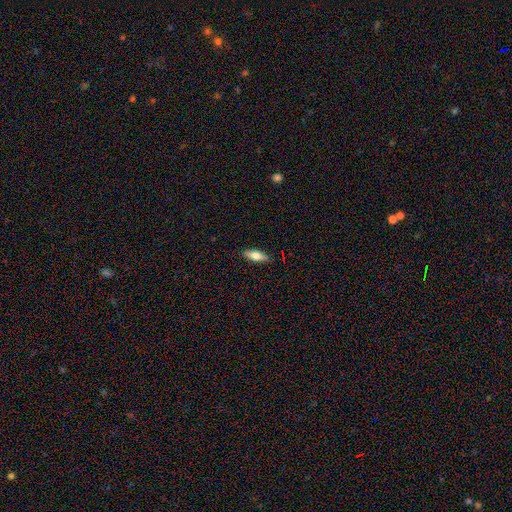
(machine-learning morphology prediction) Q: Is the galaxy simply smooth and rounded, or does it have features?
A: smooth — 65%.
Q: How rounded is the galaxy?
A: in between — 60%.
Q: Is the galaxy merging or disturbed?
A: none — 87%.